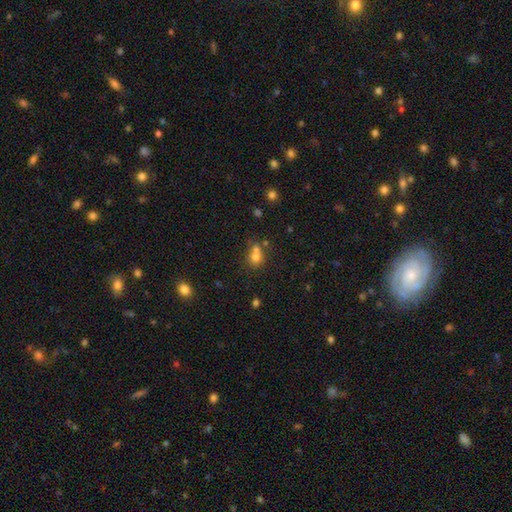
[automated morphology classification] A smooth galaxy with no disk features (73%) that is round (63%).

Vote fractions:
- Smooth or featured? smooth: 73% / star or artifact: 15% / featured or disk: 12%
- How rounded? round: 63% / in between: 36% / cigar-shaped: 1%
- Merging? merger: 46% / none: 38% / minor disturbance: 11% / major disturbance: 5%